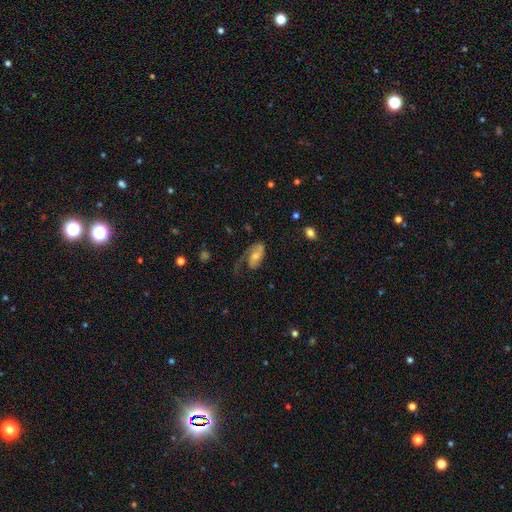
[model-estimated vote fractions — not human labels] This appears to be a featured or disk galaxy (62%) with no bar (59%), 2 (50%) loose (44%) spiral arms (87%) and a moderate central bulge (50%). Merging: none (39%).